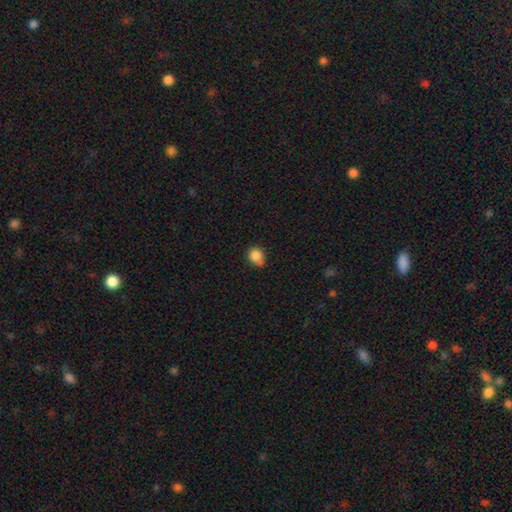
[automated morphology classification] Smooth or featured: smooth — 84% (star or artifact — 10%)
How rounded: round — 76% (in between — 23%)
Merging: none — 54% (minor disturbance — 31%)